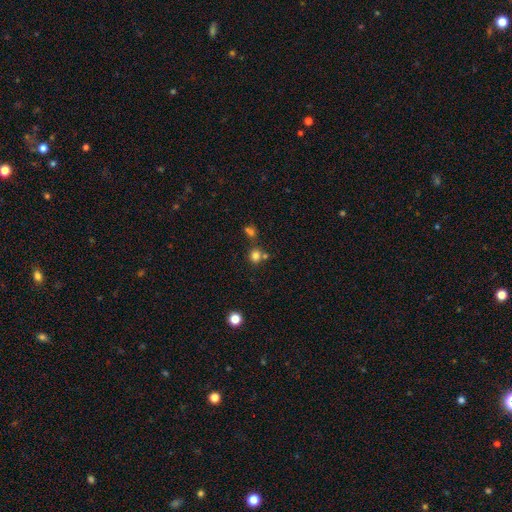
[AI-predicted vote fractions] Smooth or featured? Predicted: smooth (p=0.77). How rounded? Predicted: round (p=0.81). Merging? Predicted: none (p=0.64).